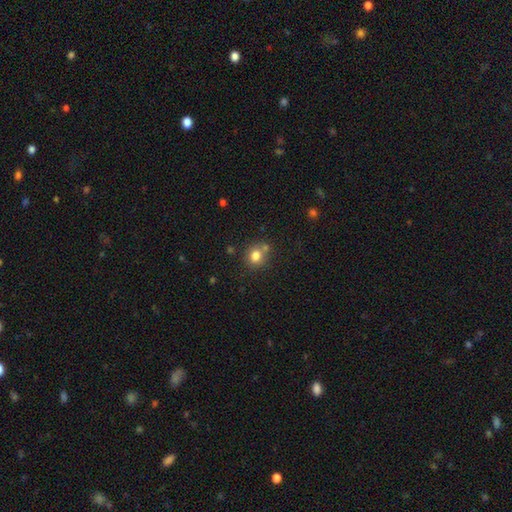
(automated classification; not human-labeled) smooth 79%, star or artifact 12%, featured or disk 9%. Down the decision tree: how rounded — round (78%); merging — none (62%).